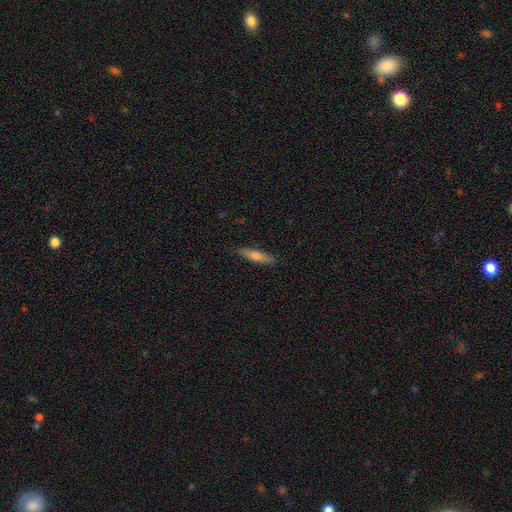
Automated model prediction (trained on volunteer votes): Smooth or featured? Predicted: smooth (p=0.53). How rounded? Predicted: cigar-shaped (p=0.87). Merging? Predicted: none (p=0.88).